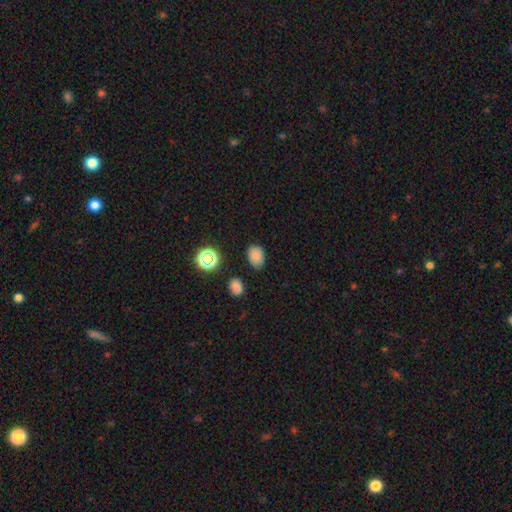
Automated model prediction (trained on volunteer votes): Smooth or featured? smooth (79%)
How rounded? in between (74%)
Merging? none (78%)